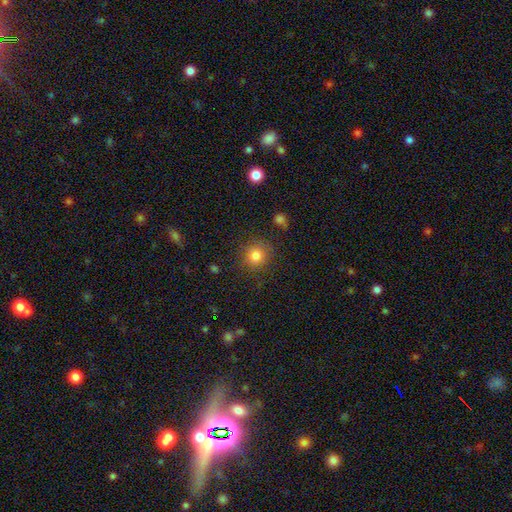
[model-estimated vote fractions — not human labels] Q: Smooth or featured?
A: smooth (81%); runner-up: star or artifact (13%)
Q: How rounded?
A: round (89%); runner-up: in between (10%)
Q: Merging?
A: none (84%); runner-up: minor disturbance (10%)